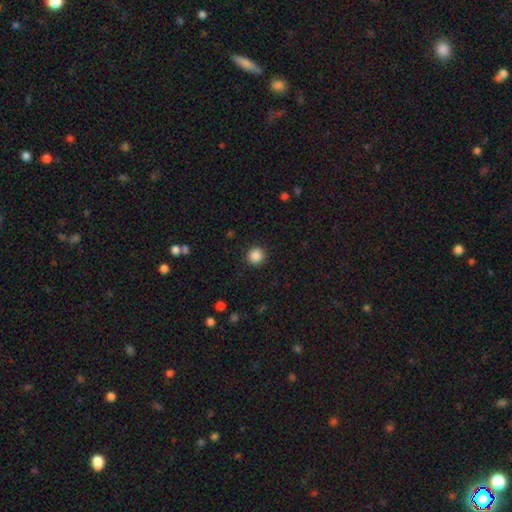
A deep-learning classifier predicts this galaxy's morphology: smooth-or-featured: smooth: 87% | star or artifact: 10% | featured or disk: 3%
  how-rounded: round: 94% | in between: 5% | cigar-shaped: 1%
  merging: none: 91% | minor disturbance: 5% | major disturbance: 2% | merger: 1%